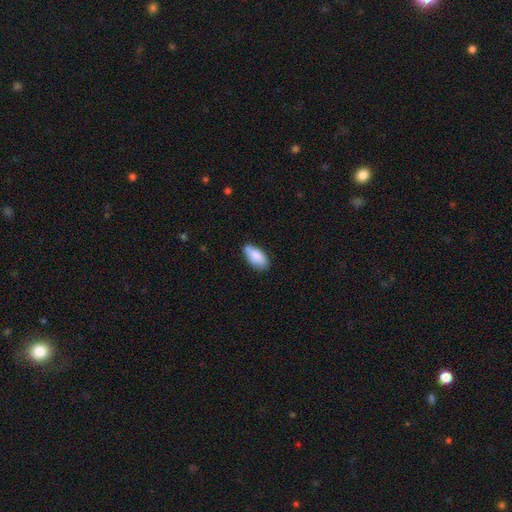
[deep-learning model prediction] Smooth or featured: smooth — 83% (featured or disk — 10%)
How rounded: in between — 91% (cigar-shaped — 7%)
Merging: none — 63% (minor disturbance — 28%)